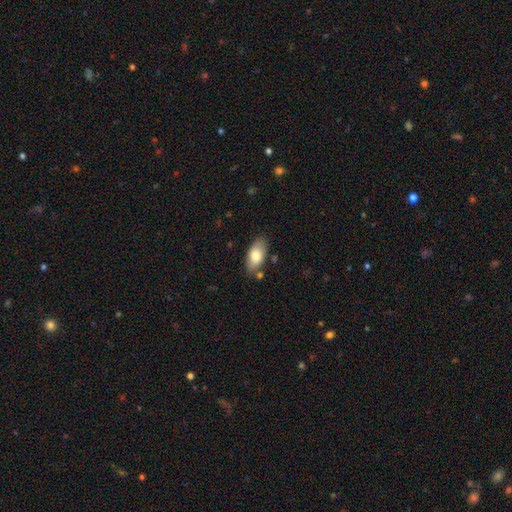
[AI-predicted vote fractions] smooth_or_featured: smooth (p=0.77) [alt: featured or disk p=0.16]
how_rounded: in between (p=0.92) [alt: cigar-shaped p=0.05]
merging: none (p=0.78) [alt: minor disturbance p=0.15]